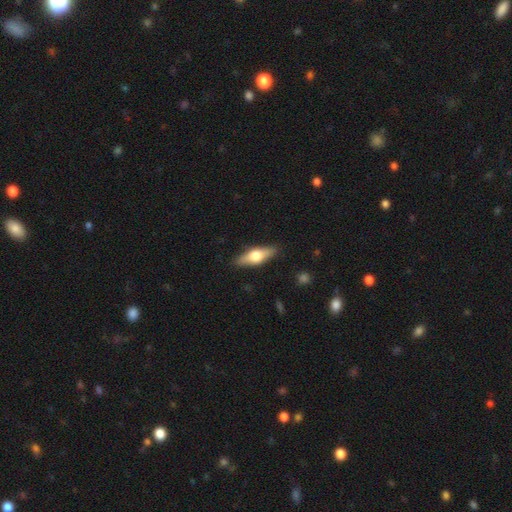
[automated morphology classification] A featured or disk galaxy (51%) viewed edge-on (90%).

Vote fractions:
- Smooth or featured? featured or disk: 51% / smooth: 43% / star or artifact: 6%
- Edge-on disk? yes: 90% / no: 10%
- Merging? none: 87% / minor disturbance: 10% / major disturbance: 2% / merger: 1%